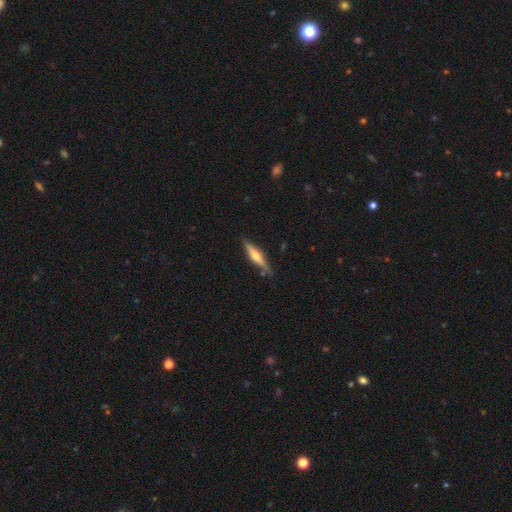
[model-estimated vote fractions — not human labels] The model was most divided on "smooth or featured": featured or disk: 62%, smooth: 33%, star or artifact: 5%. More confident: edge-on disk — yes (96%); edge-on bulge — rounded (89%); merging — none (84%).